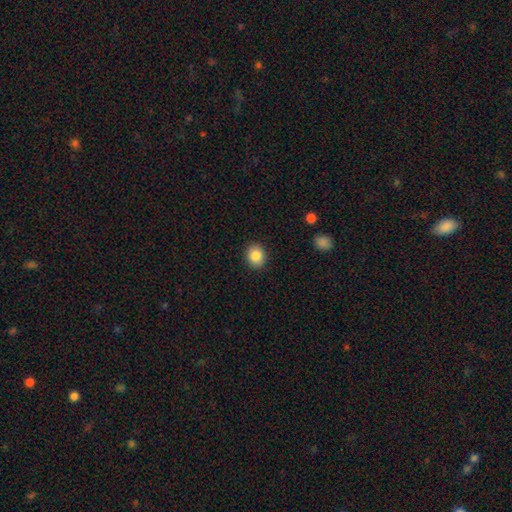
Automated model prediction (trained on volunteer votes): This appears to be a smooth galaxy with no disk features (86%) that is round (57%). Merging: none (90%).